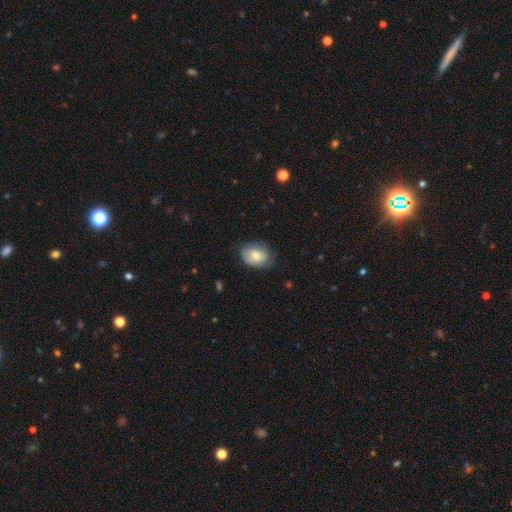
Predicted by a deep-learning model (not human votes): smooth 76%, featured or disk 17%, star or artifact 7%. Down the decision tree: how rounded — in between (65%); merging — none (73%).